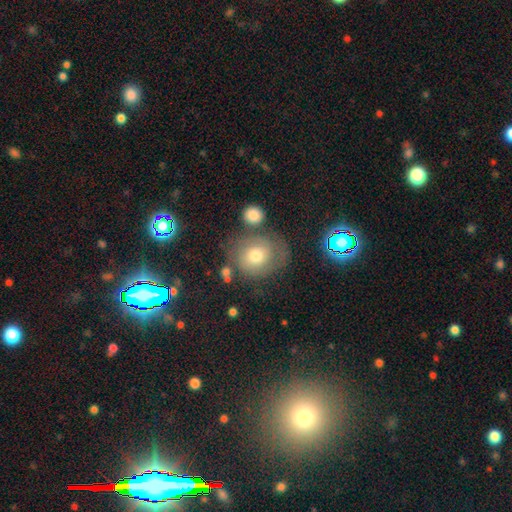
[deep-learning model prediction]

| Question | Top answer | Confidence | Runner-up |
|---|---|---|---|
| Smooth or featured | smooth | 52% | featured or disk (31%) |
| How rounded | round | 76% | in between (22%) |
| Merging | none | 63% | minor disturbance (18%) |